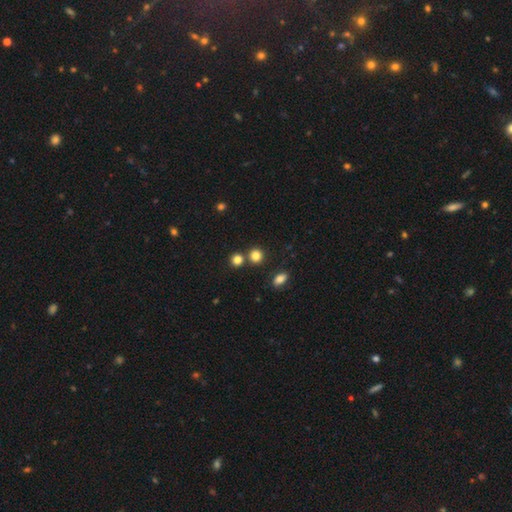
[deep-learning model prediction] Overall: smooth (82%). How rounded: round (87%). Merging: none (75%).